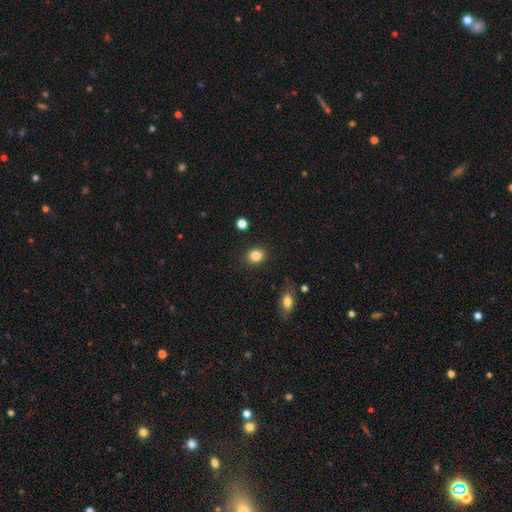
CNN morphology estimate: type=smooth (85%); roundness=round (68%); merging=none (88%).